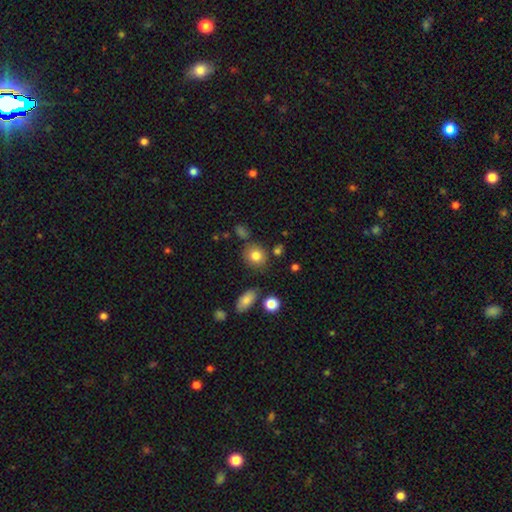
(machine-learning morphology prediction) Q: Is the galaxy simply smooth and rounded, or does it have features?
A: smooth — 82%.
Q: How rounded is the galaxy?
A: round — 76%.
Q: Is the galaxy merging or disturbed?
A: none — 78%.